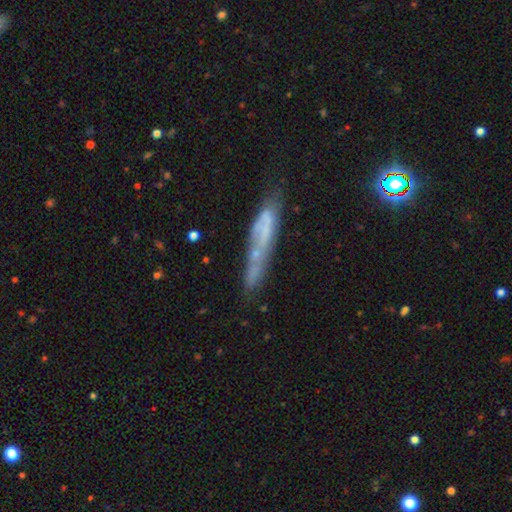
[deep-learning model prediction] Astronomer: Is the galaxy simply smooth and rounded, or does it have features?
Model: featured or disk — 49% (runner-up: smooth, 42%).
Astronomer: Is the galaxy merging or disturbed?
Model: none — 48% (runner-up: minor disturbance, 26%).